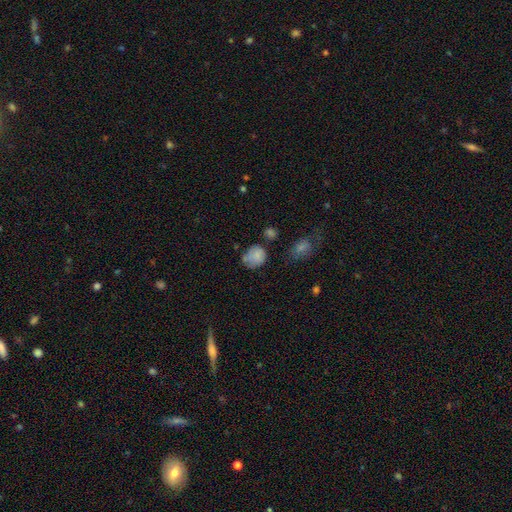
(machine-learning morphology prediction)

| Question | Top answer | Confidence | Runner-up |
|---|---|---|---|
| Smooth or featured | smooth | 78% | featured or disk (12%) |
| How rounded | round | 62% | in between (37%) |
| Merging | none | 49% | minor disturbance (31%) |